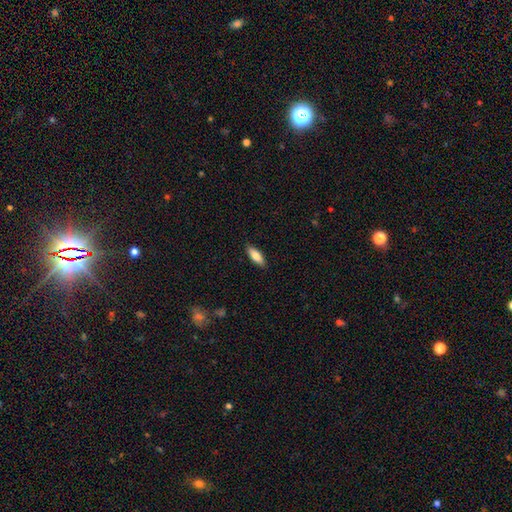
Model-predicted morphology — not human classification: This is clearly a smooth galaxy (81%). How rounded: likely in between (66%). Merging: clearly none (89%).